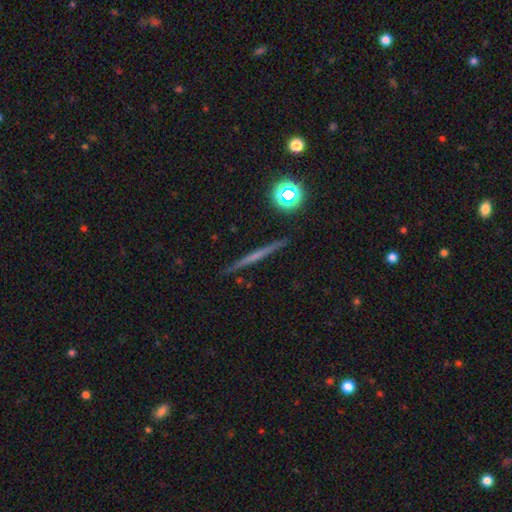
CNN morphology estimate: This appears to be a featured or disk galaxy (56%) viewed edge-on (97%) with no central bulge (85%). Merging: none (92%).